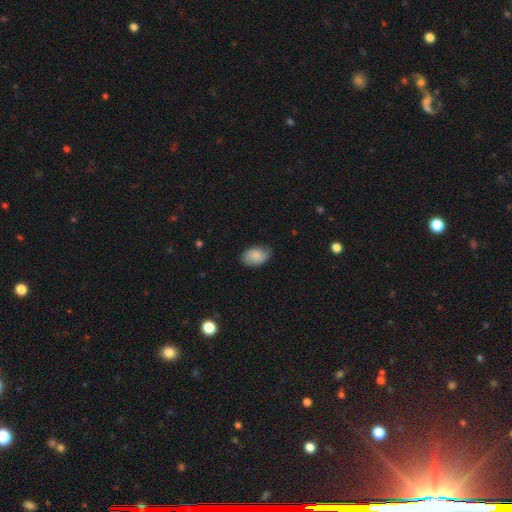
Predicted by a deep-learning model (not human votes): Smooth or featured? Predicted: smooth (p=0.81). How rounded? Predicted: in between (p=0.87). Merging? Predicted: none (p=0.73).